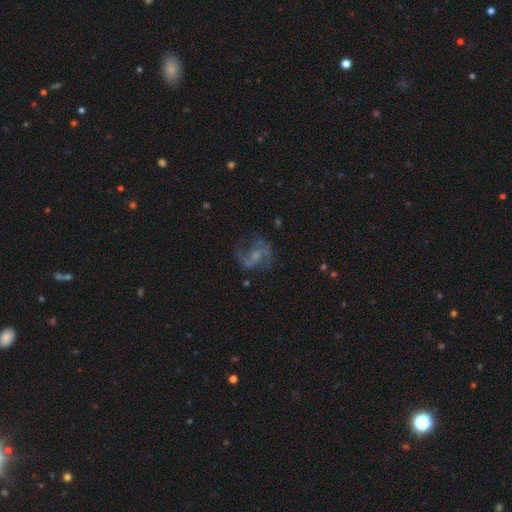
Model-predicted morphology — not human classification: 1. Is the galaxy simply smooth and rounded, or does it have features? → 75% featured or disk, 14% smooth, 11% star or artifact.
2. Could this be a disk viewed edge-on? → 98% no, 2% yes.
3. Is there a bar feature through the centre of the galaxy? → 46% no, 42% weak, 12% strong.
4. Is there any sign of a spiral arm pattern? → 87% yes, 13% no.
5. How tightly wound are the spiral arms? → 45% medium, 44% loose, 11% tight.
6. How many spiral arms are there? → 79% 2, 8% can't tell, 5% 3, 4% 1, 2% 4, 2% more than 4.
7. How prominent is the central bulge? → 37% small, 31% none, 25% moderate, 5% large, 1% dominant.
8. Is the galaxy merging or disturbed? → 60% none, 20% major disturbance, 17% minor disturbance, 3% merger.